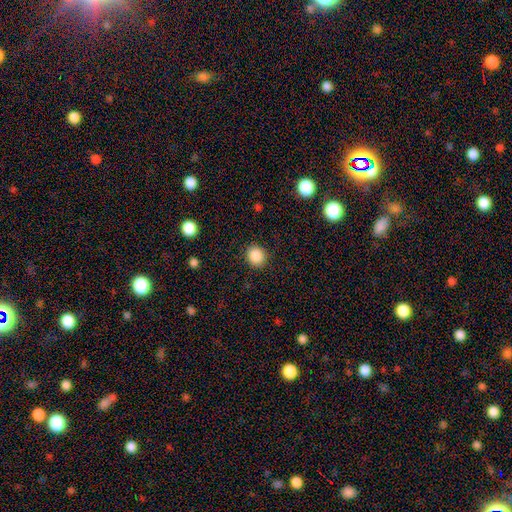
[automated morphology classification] Smooth or featured?
  - smooth: 87% *
  - star or artifact: 10%
  - featured or disk: 3%
How rounded?
  - round: 83% *
  - in between: 16%
  - cigar-shaped: 1%
Merging?
  - none: 89% *
  - minor disturbance: 7%
  - major disturbance: 3%
  - merger: 1%